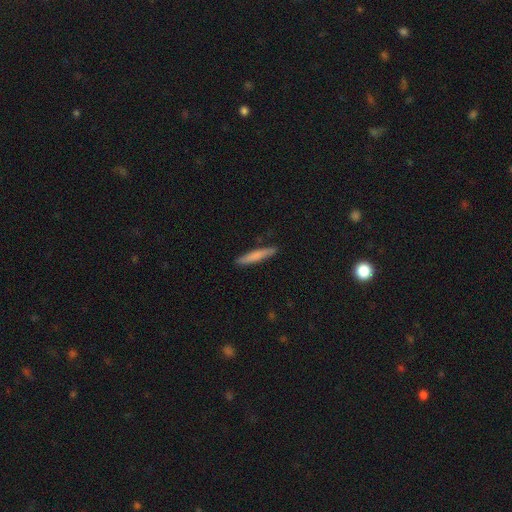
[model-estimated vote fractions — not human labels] smooth_or_featured: smooth (p=0.73) [alt: featured or disk p=0.21]
how_rounded: cigar-shaped (p=0.93) [alt: in between p=0.06]
merging: none (p=0.87) [alt: minor disturbance p=0.10]